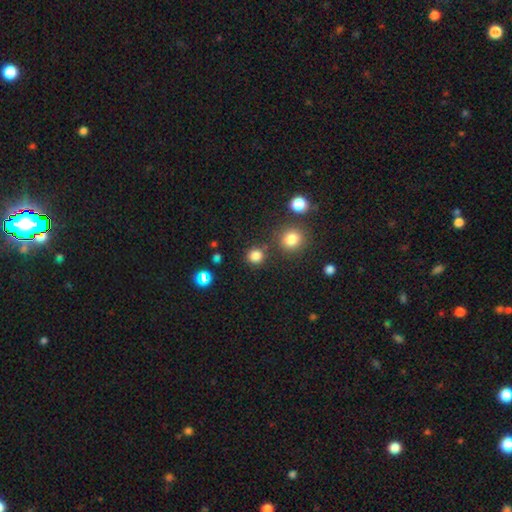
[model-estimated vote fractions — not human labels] A smooth galaxy with no disk features (81%) that is round (91%). Merging: none (80%).